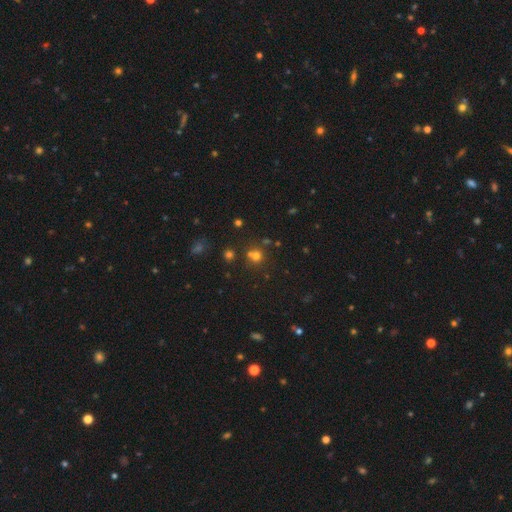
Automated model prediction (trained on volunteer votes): This appears to be a smooth galaxy with no disk features (64%) that is round (90%). Merging: none (65%).